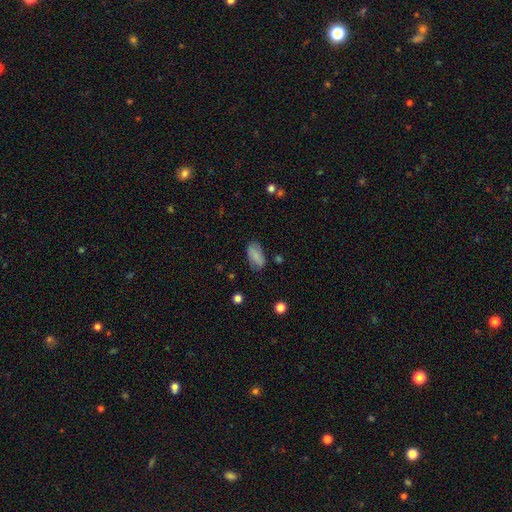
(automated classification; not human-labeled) smooth_or_featured: smooth (p=0.81) [alt: featured or disk p=0.12]
how_rounded: in between (p=0.92) [alt: cigar-shaped p=0.04]
merging: none (p=0.71) [alt: minor disturbance p=0.21]